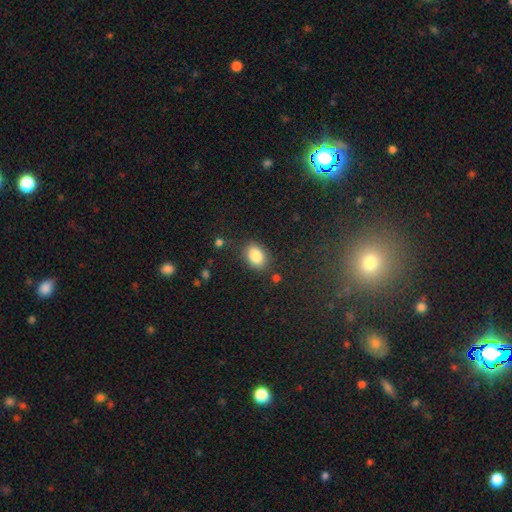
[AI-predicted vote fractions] The model was most divided on "how rounded": in between: 78%, round: 21%, cigar-shaped: 1%. More confident: smooth or featured — smooth (85%); merging — none (81%).